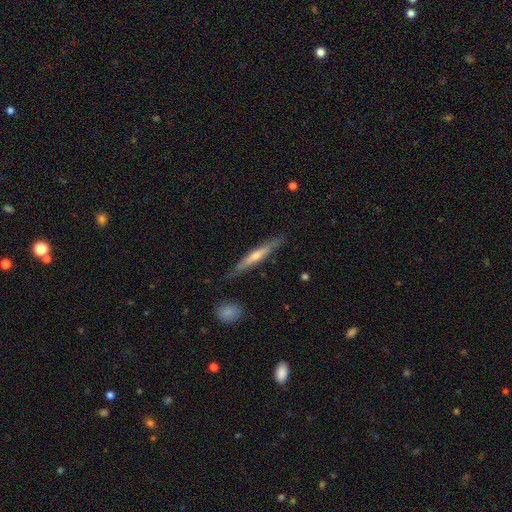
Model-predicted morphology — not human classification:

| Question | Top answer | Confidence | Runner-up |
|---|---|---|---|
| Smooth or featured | featured or disk | 55% | smooth (39%) |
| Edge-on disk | yes | 94% | no (6%) |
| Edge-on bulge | rounded | 64% | none (30%) |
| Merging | none | 84% | minor disturbance (12%) |